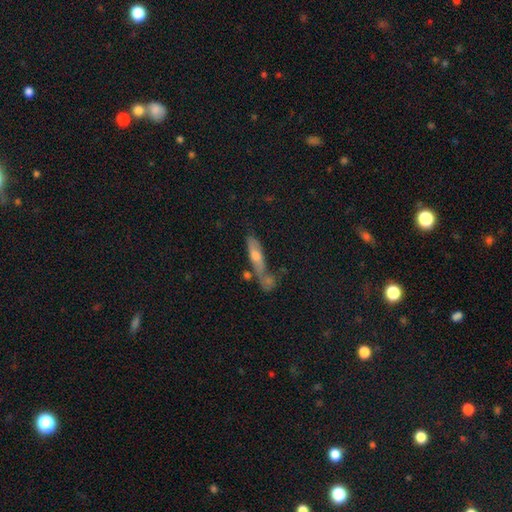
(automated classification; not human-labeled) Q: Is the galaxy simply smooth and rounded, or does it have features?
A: smooth — 45%, tied with featured or disk.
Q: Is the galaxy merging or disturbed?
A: none — 45%.